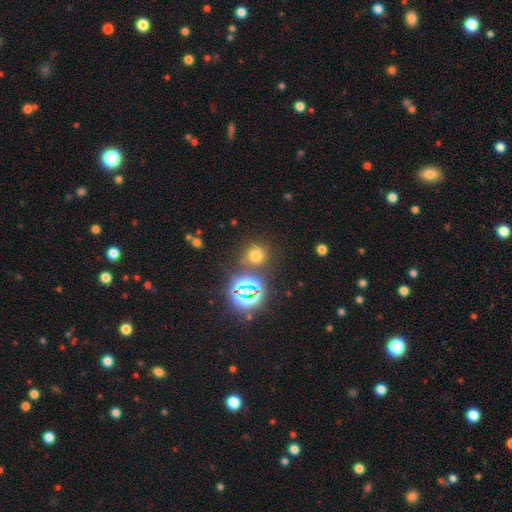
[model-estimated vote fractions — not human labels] Q: Smooth or featured?
A: smooth (61%); runner-up: star or artifact (32%)
Q: How rounded?
A: round (89%); runner-up: in between (10%)
Q: Merging?
A: none (78%); runner-up: minor disturbance (9%)